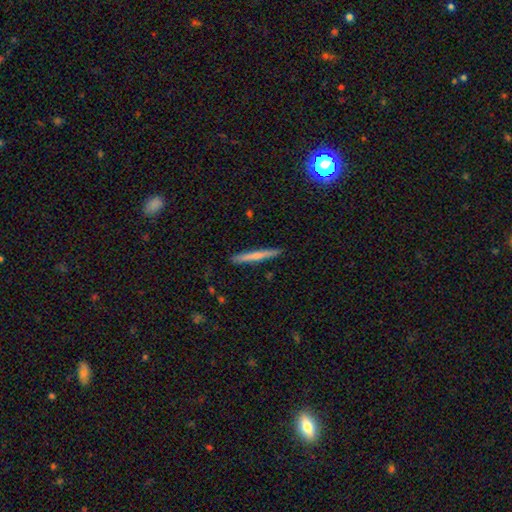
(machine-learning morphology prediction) Smooth or featured?
  - smooth: 58% *
  - featured or disk: 36%
  - star or artifact: 6%
How rounded?
  - cigar-shaped: 96% *
  - in between: 2%
  - round: 1%
Merging?
  - none: 90% *
  - minor disturbance: 7%
  - major disturbance: 1%
  - merger: 1%